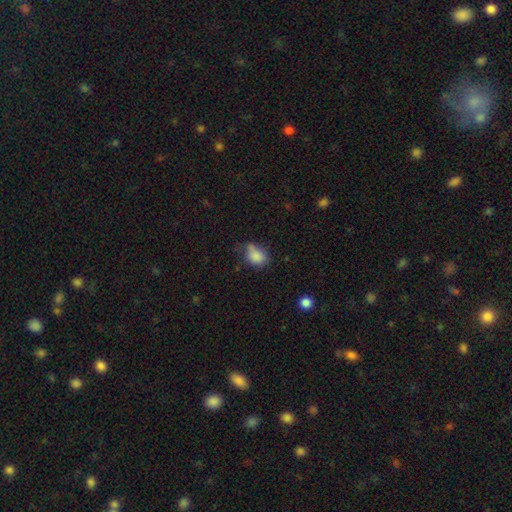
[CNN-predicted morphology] smooth_or_featured: smooth (p=0.83) [alt: star or artifact p=0.10]
how_rounded: in between (p=0.64) [alt: round p=0.35]
merging: none (p=0.45) [alt: minor disturbance p=0.36]